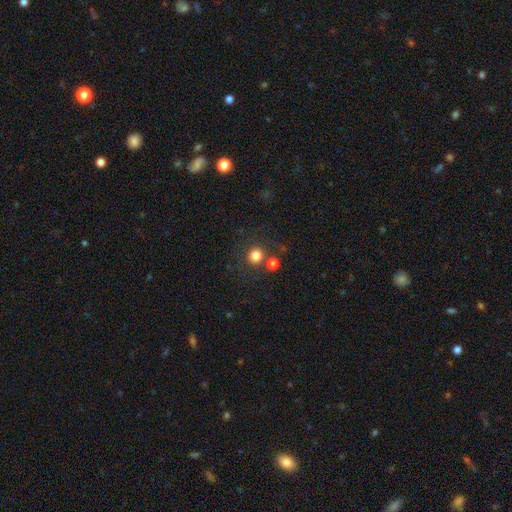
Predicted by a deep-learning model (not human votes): A smooth galaxy with no disk features (80%) that is round (91%).

Vote fractions:
- Smooth or featured? smooth: 80% / star or artifact: 13% / featured or disk: 7%
- How rounded? round: 91% / in between: 8% / cigar-shaped: 1%
- Merging? none: 74% / merger: 14% / minor disturbance: 8% / major disturbance: 4%